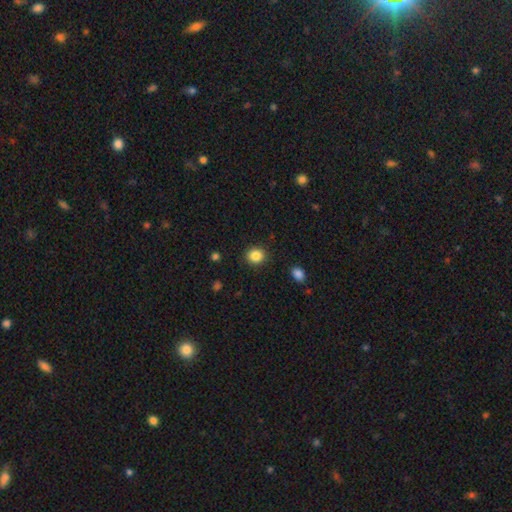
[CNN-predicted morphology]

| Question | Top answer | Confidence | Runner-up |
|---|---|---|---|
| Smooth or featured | smooth | 86% | star or artifact (10%) |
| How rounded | round | 81% | in between (18%) |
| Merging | none | 89% | minor disturbance (7%) |